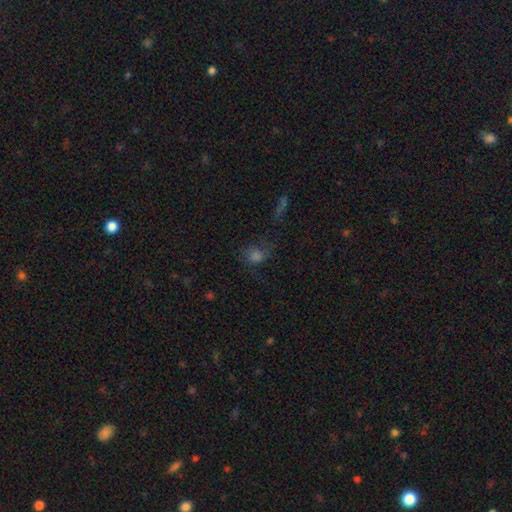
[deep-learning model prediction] smooth_or_featured: smooth (p=0.59) [alt: star or artifact p=0.24]
how_rounded: round (p=0.63) [alt: in between p=0.34]
merging: none (p=0.51) [alt: major disturbance p=0.23]